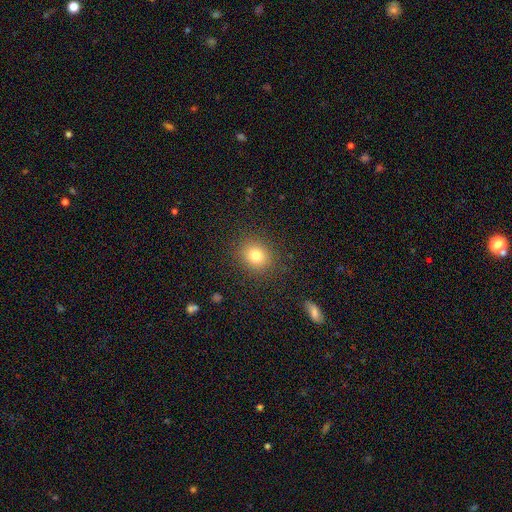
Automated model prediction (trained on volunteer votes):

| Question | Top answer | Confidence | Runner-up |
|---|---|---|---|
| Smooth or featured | smooth | 79% | star or artifact (13%) |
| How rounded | round | 73% | in between (26%) |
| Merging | none | 87% | minor disturbance (8%) |